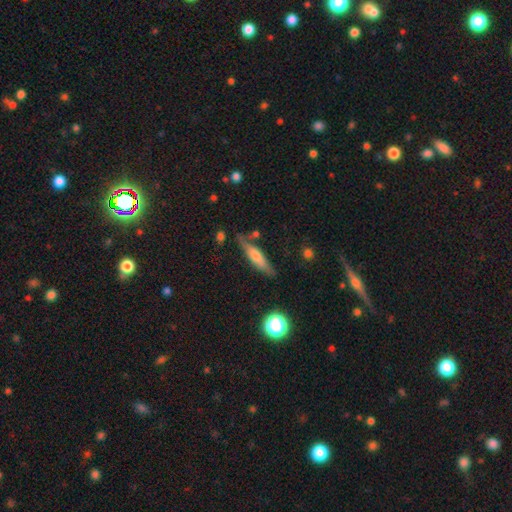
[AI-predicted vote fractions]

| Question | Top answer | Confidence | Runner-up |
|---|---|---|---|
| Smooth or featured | smooth | 49% | featured or disk (43%) |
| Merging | none | 70% | minor disturbance (19%) |